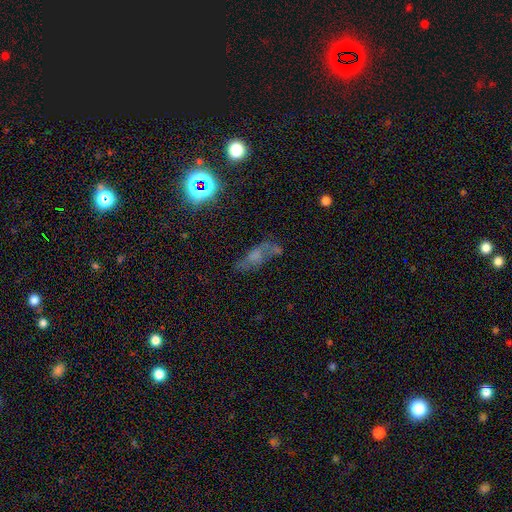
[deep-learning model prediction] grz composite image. It shows a smooth galaxy with no disk features (43%). Merging: none (49%).